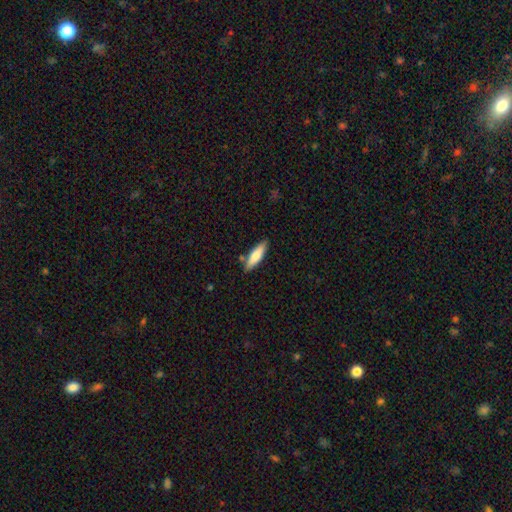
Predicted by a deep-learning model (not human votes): Overall: smooth (76%). How rounded: cigar-shaped (61%; in between 38%). Merging: none (82%).